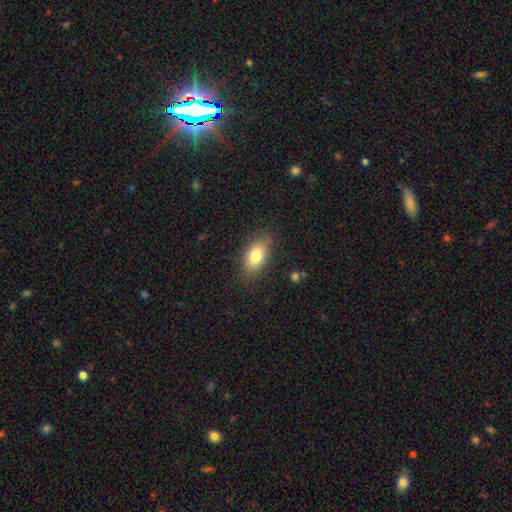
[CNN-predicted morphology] smooth 79%, featured or disk 14%, star or artifact 8%. Down the decision tree: how rounded — in between (88%); merging — none (80%).